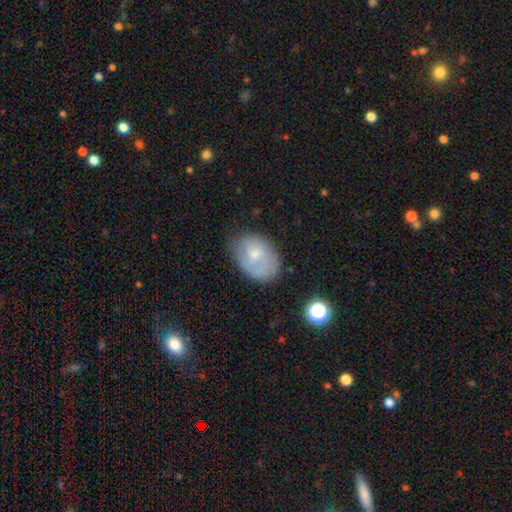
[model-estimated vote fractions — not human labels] A smooth galaxy with no disk features (57%) that is in between round and cigar-shaped (79%).

Vote fractions:
- Smooth or featured? smooth: 57% / featured or disk: 35% / star or artifact: 8%
- How rounded? in between: 79% / round: 20% / cigar-shaped: 1%
- Merging? none: 64% / minor disturbance: 25% / major disturbance: 8% / merger: 2%